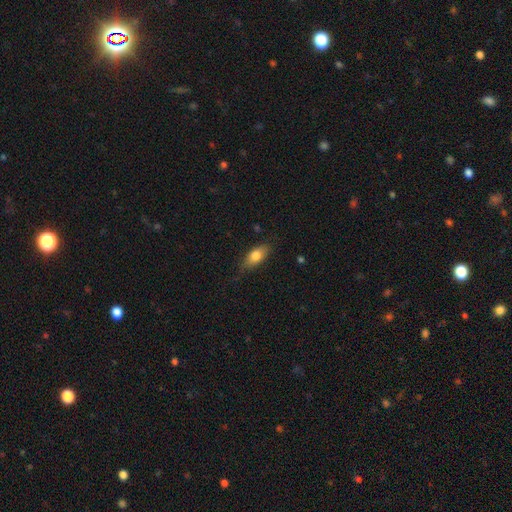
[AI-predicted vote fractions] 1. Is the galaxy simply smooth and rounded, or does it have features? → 76% smooth, 17% featured or disk, 7% star or artifact.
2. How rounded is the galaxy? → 82% in between, 14% cigar-shaped, 4% round.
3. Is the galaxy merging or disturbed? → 75% none, 20% minor disturbance, 4% major disturbance, 1% merger.